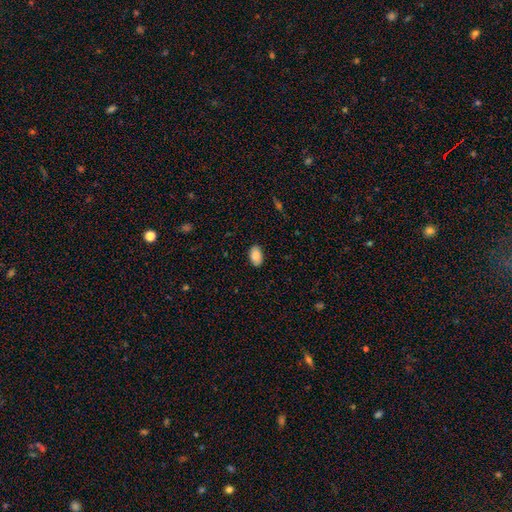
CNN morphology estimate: Smooth or featured?
  - smooth: 88% *
  - star or artifact: 7%
  - featured or disk: 5%
How rounded?
  - in between: 92% *
  - round: 6%
  - cigar-shaped: 1%
Merging?
  - none: 87% *
  - minor disturbance: 10%
  - major disturbance: 2%
  - merger: 1%